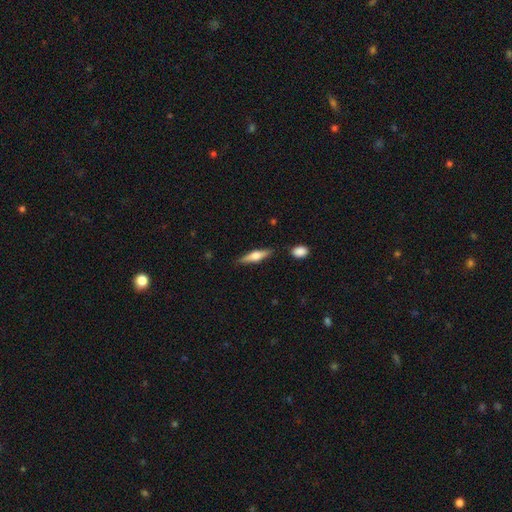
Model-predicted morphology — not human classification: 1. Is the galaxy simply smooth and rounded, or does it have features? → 48% smooth, 46% featured or disk, 6% star or artifact.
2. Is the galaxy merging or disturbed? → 83% none, 11% minor disturbance, 4% merger, 3% major disturbance.